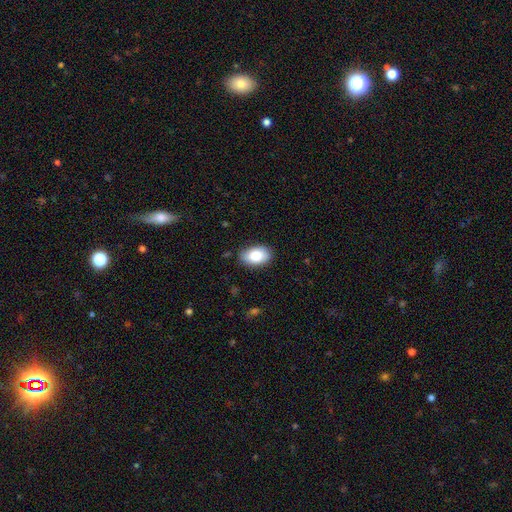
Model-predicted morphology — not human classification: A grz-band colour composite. It shows a smooth galaxy with no disk features (84%) that is in between round and cigar-shaped (91%). Merging: none (83%).